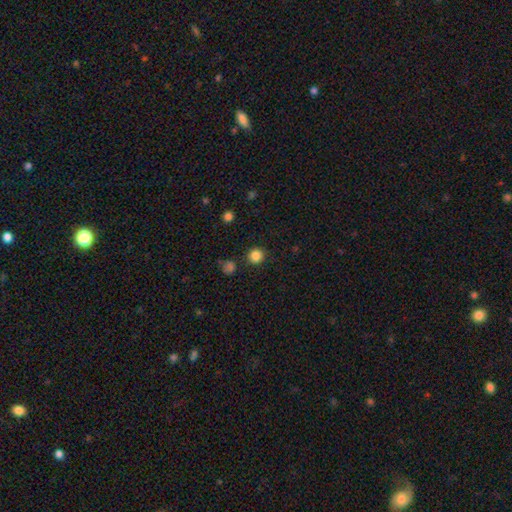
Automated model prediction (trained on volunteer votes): Smooth or featured?
  - smooth: 85% *
  - star or artifact: 12%
  - featured or disk: 3%
How rounded?
  - round: 93% *
  - in between: 6%
  - cigar-shaped: 1%
Merging?
  - none: 89% *
  - minor disturbance: 6%
  - merger: 3%
  - major disturbance: 2%